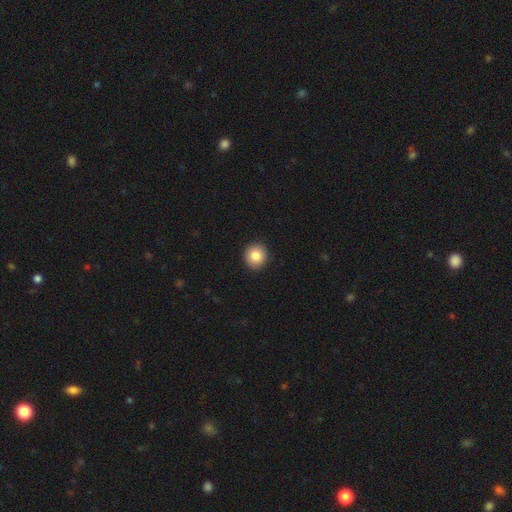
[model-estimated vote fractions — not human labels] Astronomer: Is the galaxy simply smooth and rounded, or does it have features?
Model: smooth — 85%.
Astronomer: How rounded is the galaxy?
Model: round — 89%.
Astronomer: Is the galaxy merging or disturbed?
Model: none — 92%.